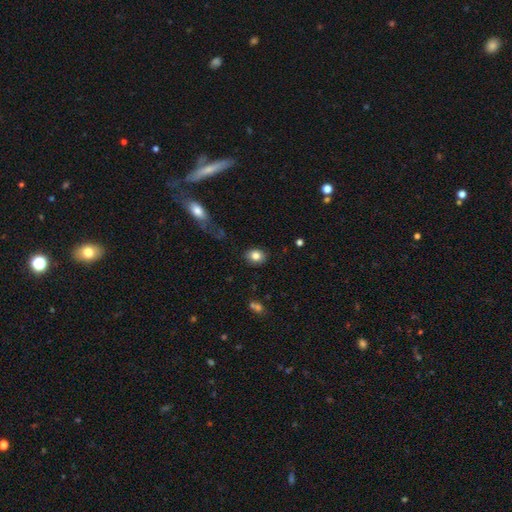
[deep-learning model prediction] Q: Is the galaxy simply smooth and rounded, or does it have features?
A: smooth — 83%.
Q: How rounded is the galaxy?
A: round — 53%.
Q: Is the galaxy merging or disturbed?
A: none — 87%.